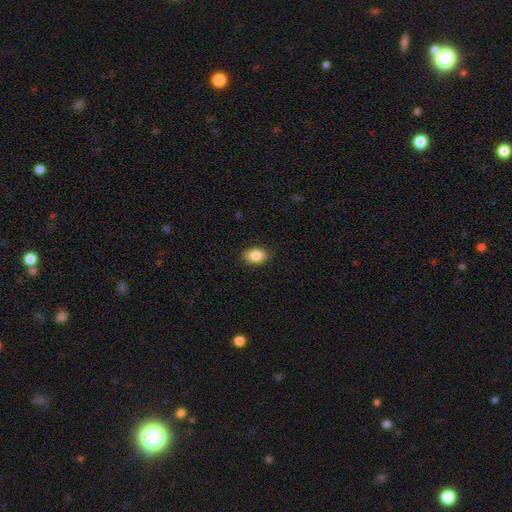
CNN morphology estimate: Smooth or featured? Predicted: smooth (p=0.87). How rounded? Predicted: in between (p=0.83). Merging? Predicted: none (p=0.89).